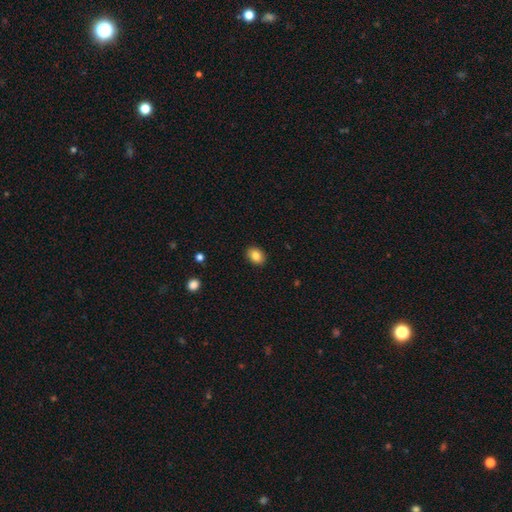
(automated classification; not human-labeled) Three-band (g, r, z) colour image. It shows a smooth galaxy with no disk features (85%) that is in between round and cigar-shaped (65%). Merging: none (90%).